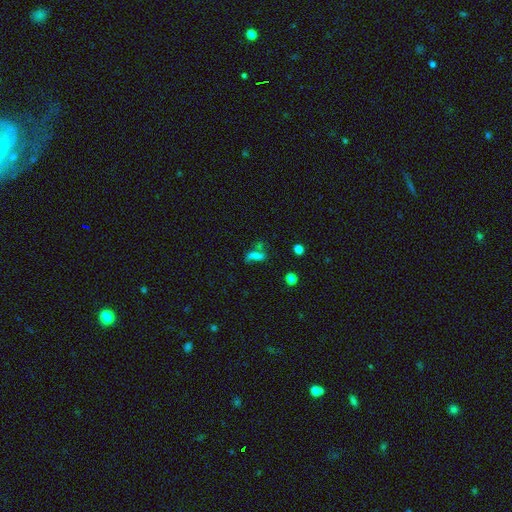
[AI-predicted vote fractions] The model was most divided on "merging": none: 37%, merger: 22%, major disturbance: 22%, minor disturbance: 19%. More confident: how rounded — in between (58%); smooth or featured — smooth (54%).